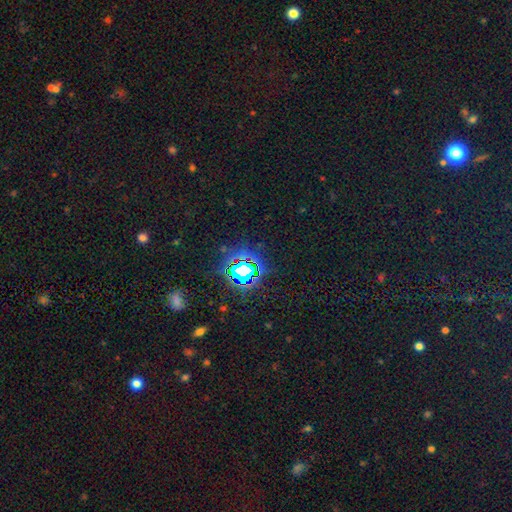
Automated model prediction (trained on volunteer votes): This is likely a star or artifact rather than a galaxy (80%).